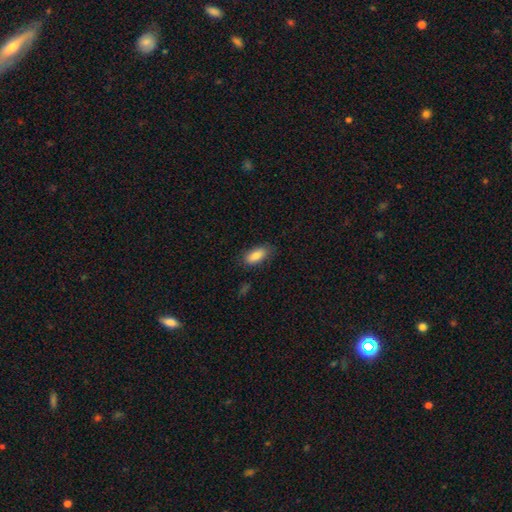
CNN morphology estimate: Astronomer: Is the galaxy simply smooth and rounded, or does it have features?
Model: smooth — 84%.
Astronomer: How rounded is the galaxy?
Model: in between — 85%.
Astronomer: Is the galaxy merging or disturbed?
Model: none — 81%.